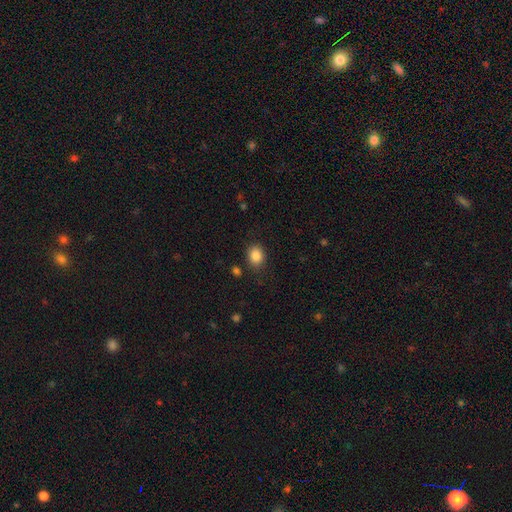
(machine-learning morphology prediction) smooth_or_featured: smooth (p=0.87) [alt: star or artifact p=0.09]
how_rounded: round (p=0.53) [alt: in between p=0.46]
merging: none (p=0.83) [alt: minor disturbance p=0.11]